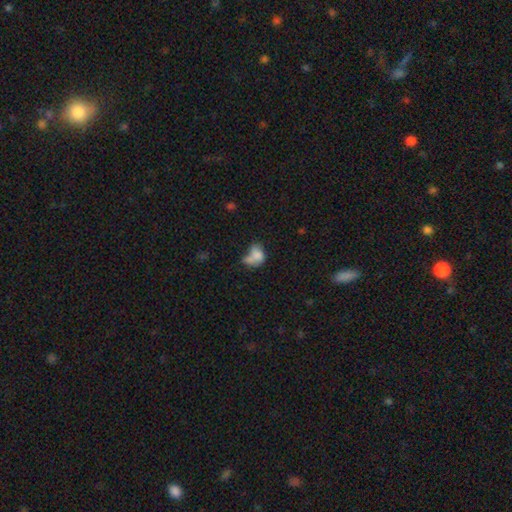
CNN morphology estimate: Smooth or featured? smooth (72%)
How rounded? in between (72%)
Merging? merger (47%)